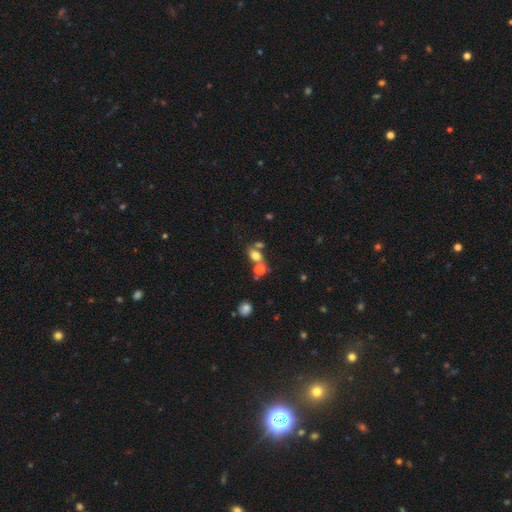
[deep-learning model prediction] This is likely a smooth galaxy (73%). How rounded: likely in between (67%). Merging: marginally none (44%).